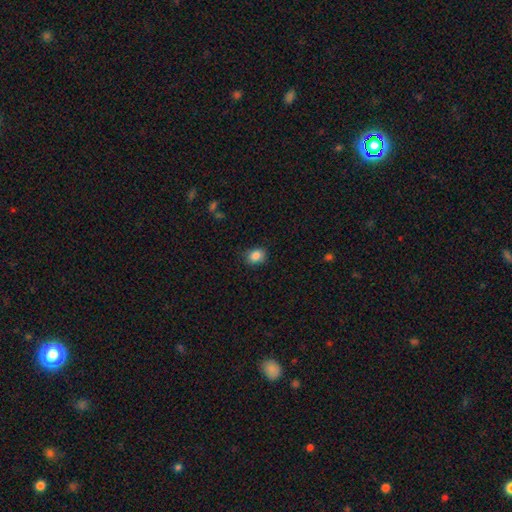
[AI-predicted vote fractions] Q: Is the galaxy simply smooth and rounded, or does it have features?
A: smooth — 87%.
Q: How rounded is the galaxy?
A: in between — 60%.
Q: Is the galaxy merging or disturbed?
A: none — 82%.